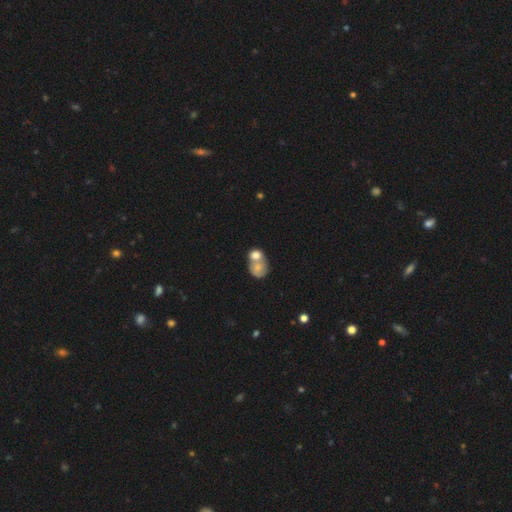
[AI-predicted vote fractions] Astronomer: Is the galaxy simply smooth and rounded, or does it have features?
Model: smooth — 72%.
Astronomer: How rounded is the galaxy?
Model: round — 59% (runner-up: in between, 40%).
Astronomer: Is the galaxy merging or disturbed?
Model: merger — 67%.